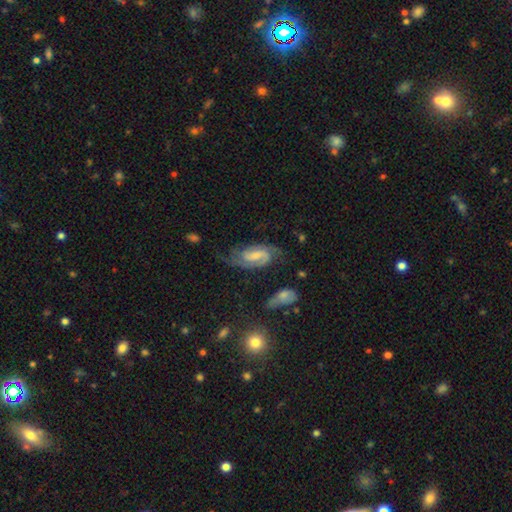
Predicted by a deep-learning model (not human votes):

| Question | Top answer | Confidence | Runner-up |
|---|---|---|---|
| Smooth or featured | featured or disk | 82% | smooth (12%) |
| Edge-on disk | no | 96% | yes (4%) |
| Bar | weak | 53% | no (27%) |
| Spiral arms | yes | 96% | no (4%) |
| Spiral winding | medium | 50% | tight (35%) |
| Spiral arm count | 2 | 85% | can't tell (6%) |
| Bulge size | small | 36% | moderate (30%) |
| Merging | none | 61% | minor disturbance (23%) |